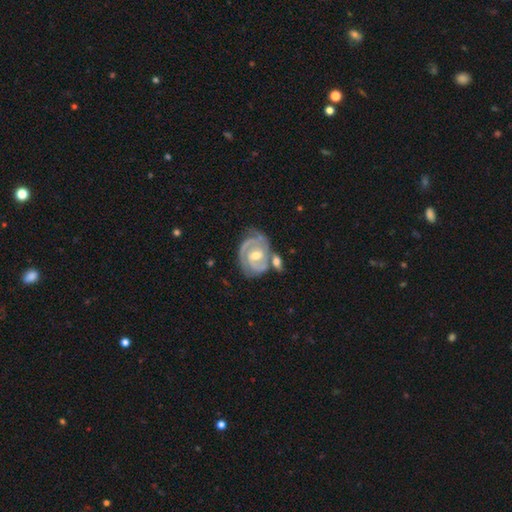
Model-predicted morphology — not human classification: Smooth or featured? Predicted: featured or disk (p=0.88). Edge-on disk? Predicted: no (p=0.97). Bar? Predicted: weak (p=0.45). Spiral arms? Predicted: yes (p=0.96). Spiral winding? Predicted: tight (p=0.65). Spiral arm count? Predicted: 2 (p=0.65). Bulge size? Predicted: moderate (p=0.68). Merging? Predicted: none (p=0.55).